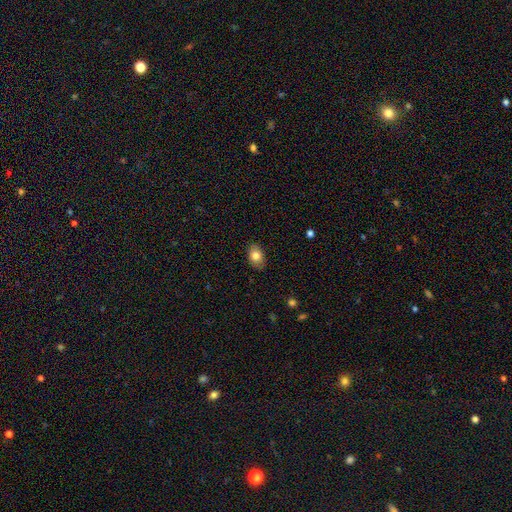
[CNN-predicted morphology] type=smooth (81%); roundness=in between (81%); merging=none (86%).